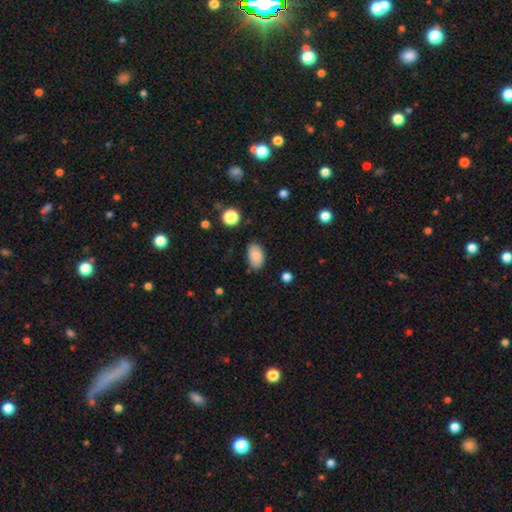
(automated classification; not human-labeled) Smooth or featured?
  - smooth: 86% *
  - star or artifact: 8%
  - featured or disk: 6%
How rounded?
  - in between: 92% *
  - round: 7%
  - cigar-shaped: 1%
Merging?
  - none: 79% *
  - minor disturbance: 16%
  - major disturbance: 3%
  - merger: 2%